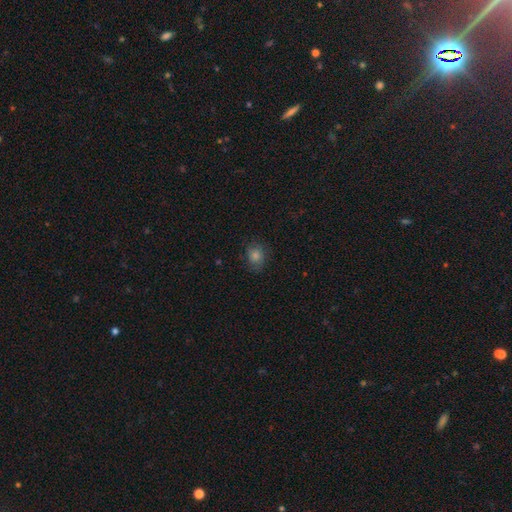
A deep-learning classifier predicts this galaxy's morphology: smooth-or-featured: smooth: 73% | star or artifact: 17% | featured or disk: 10%
  how-rounded: round: 65% | in between: 34% | cigar-shaped: 1%
  merging: none: 78% | minor disturbance: 16% | major disturbance: 5% | merger: 1%